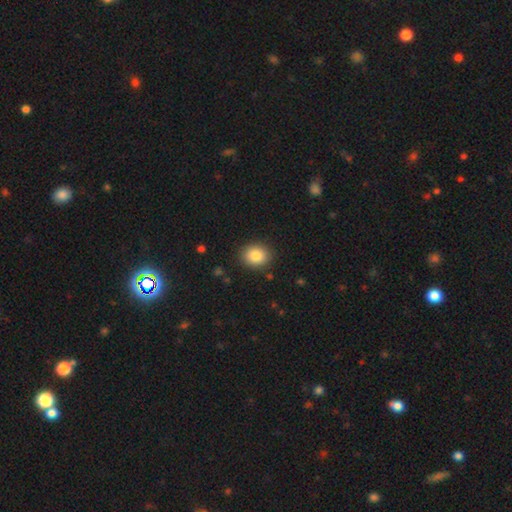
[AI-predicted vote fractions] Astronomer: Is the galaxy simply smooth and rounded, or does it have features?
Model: smooth — 85%.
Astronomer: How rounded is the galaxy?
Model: round — 62%.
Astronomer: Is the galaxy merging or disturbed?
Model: none — 88%.